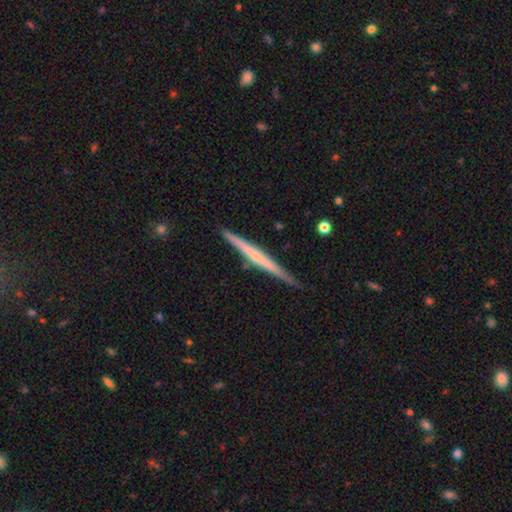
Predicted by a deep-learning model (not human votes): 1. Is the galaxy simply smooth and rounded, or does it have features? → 63% featured or disk, 32% smooth, 5% star or artifact.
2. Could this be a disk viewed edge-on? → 98% yes, 2% no.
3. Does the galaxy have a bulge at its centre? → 62% none, 31% rounded, 7% boxy.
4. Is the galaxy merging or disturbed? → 88% none, 9% minor disturbance, 1% merger, 1% major disturbance.